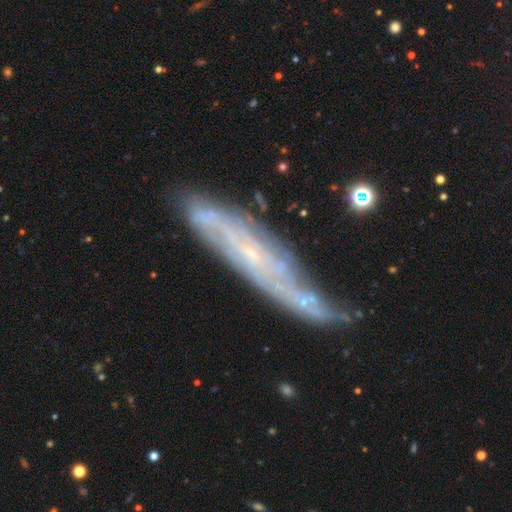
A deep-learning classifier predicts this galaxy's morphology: A featured or disk galaxy (75%) with no bar (67%), spiral arms (83%) and a small central bulge (82%). Merging: none (52%).